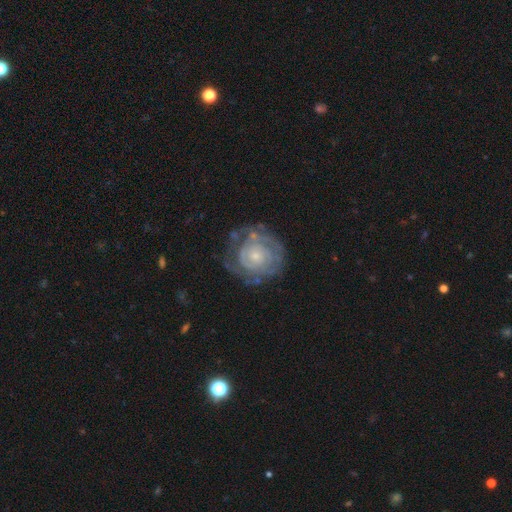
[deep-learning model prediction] Smooth or featured? Predicted: featured or disk (p=0.79). Edge-on disk? Predicted: no (p=0.98). Bar? Predicted: no (p=0.81). Spiral arms? Predicted: yes (p=0.86). Spiral winding? Predicted: tight (p=0.77). Spiral arm count? Predicted: can't tell (p=0.46). Bulge size? Predicted: small (p=0.68). Merging? Predicted: none (p=0.65).